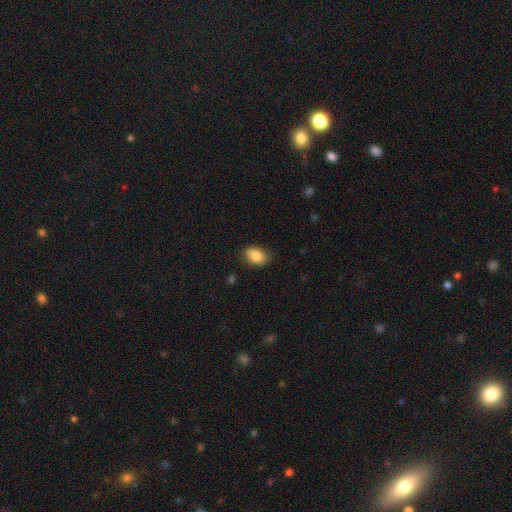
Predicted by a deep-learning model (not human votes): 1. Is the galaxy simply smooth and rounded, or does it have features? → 85% smooth, 8% star or artifact, 7% featured or disk.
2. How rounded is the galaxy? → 83% in between, 15% round, 1% cigar-shaped.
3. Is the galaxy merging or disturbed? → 83% none, 13% minor disturbance, 3% major disturbance, 1% merger.